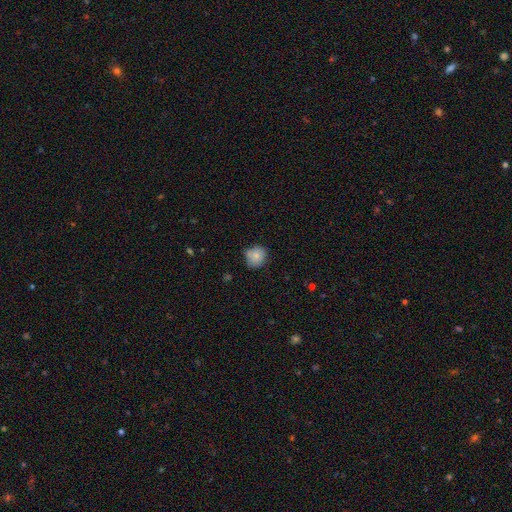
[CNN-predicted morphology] Overall: smooth (81%). How rounded: round (86%). Merging: none (70%).